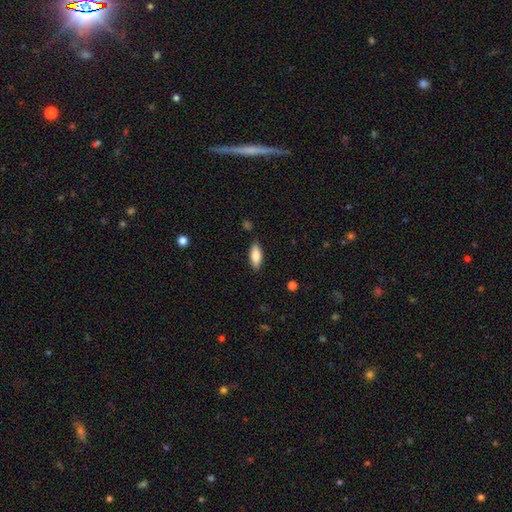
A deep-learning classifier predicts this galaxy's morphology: smooth_or_featured: smooth (p=0.83) [alt: featured or disk p=0.11]
how_rounded: in between (p=0.79) [alt: cigar-shaped p=0.19]
merging: none (p=0.85) [alt: minor disturbance p=0.11]